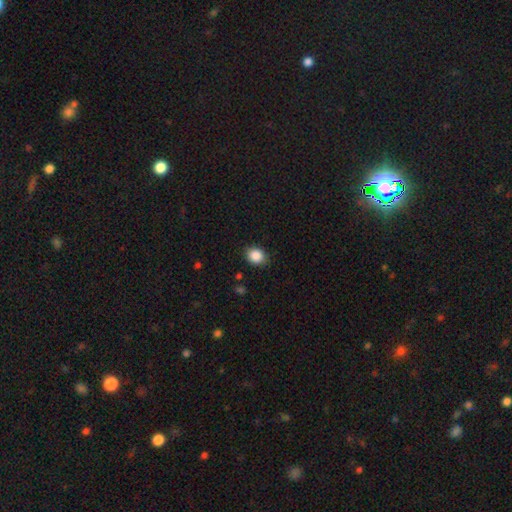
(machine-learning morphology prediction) Overall: smooth (88%). How rounded: round (51%; in between 48%). Merging: none (85%).